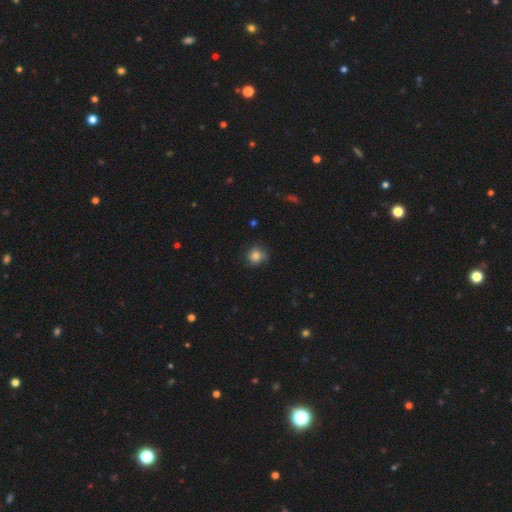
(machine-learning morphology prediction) Overall: smooth (81%). How rounded: round (80%). Merging: none (69%).